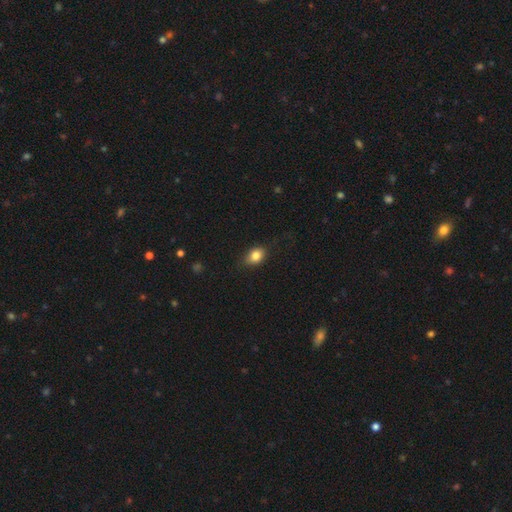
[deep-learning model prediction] Q: Smooth or featured?
A: smooth (83%); runner-up: star or artifact (9%)
Q: How rounded?
A: in between (67%); runner-up: round (31%)
Q: Merging?
A: none (78%); runner-up: minor disturbance (17%)